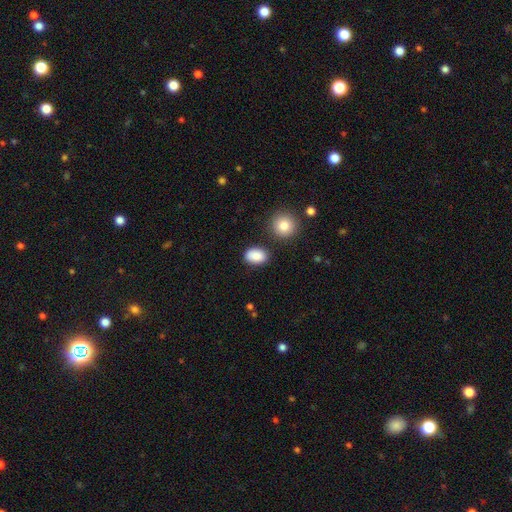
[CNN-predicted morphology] Smooth or featured: smooth — 87% (star or artifact — 8%)
How rounded: in between — 82% (round — 17%)
Merging: none — 82% (minor disturbance — 11%)